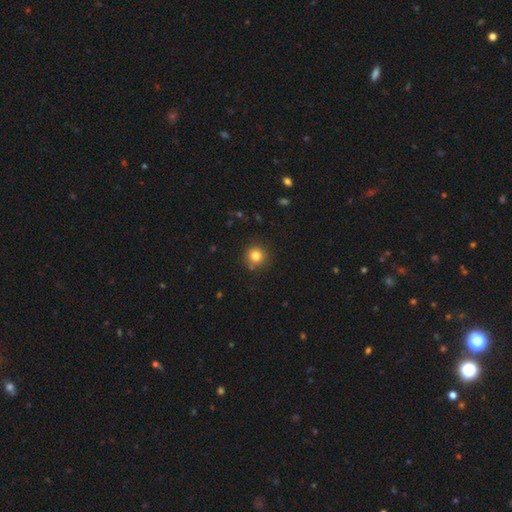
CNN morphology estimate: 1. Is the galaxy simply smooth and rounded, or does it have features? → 82% smooth, 12% star or artifact, 6% featured or disk.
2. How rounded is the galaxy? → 94% round, 5% in between, 1% cigar-shaped.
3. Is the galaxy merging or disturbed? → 86% none, 8% minor disturbance, 3% merger, 2% major disturbance.